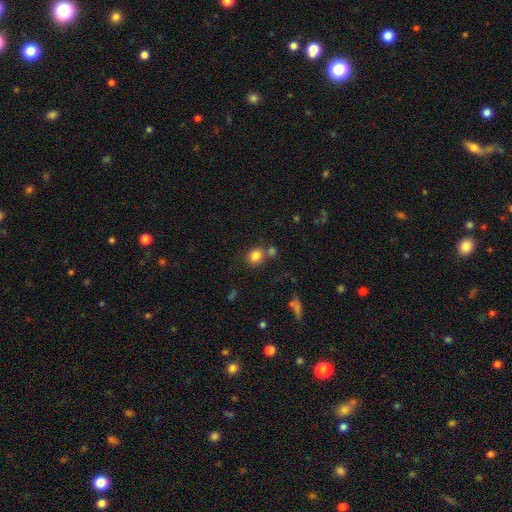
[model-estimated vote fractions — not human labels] Q: Smooth or featured?
A: smooth (82%); runner-up: star or artifact (11%)
Q: How rounded?
A: round (73%); runner-up: in between (26%)
Q: Merging?
A: none (65%); runner-up: merger (20%)